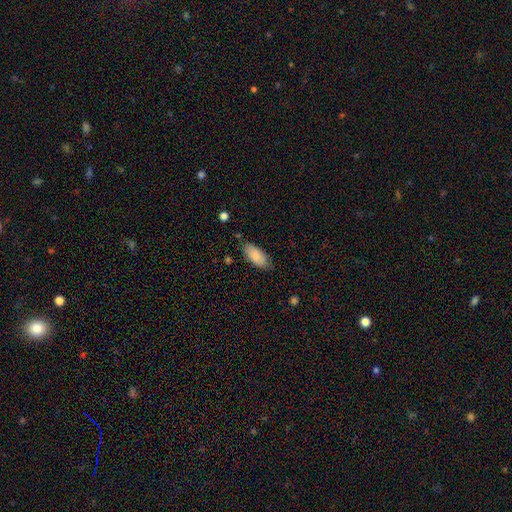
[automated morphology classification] Q: Smooth or featured?
A: smooth (86%); runner-up: featured or disk (8%)
Q: How rounded?
A: in between (87%); runner-up: cigar-shaped (11%)
Q: Merging?
A: none (80%); runner-up: minor disturbance (15%)